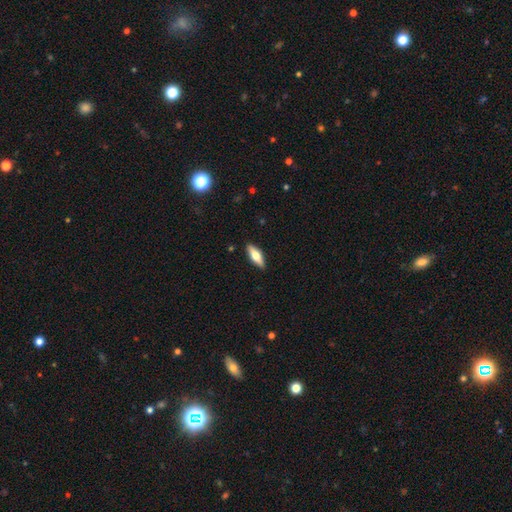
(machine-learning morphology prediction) This is possibly a smooth galaxy (54%). How rounded: possibly in between (55%). Merging: clearly none (89%).